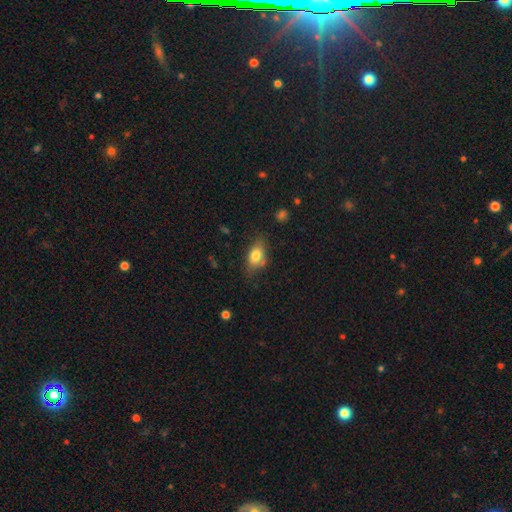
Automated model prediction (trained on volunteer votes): smooth 77%, featured or disk 15%, star or artifact 8%. Down the decision tree: how rounded — in between (84%); merging — none (65%).